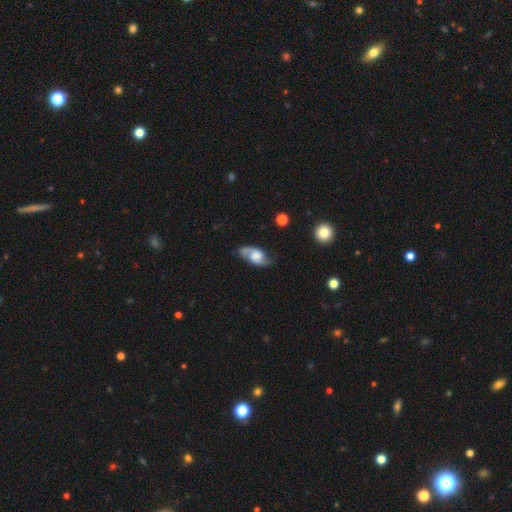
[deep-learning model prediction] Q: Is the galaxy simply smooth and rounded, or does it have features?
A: featured or disk — 71%.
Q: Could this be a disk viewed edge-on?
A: no — 94%.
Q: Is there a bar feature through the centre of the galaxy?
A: no — 56%.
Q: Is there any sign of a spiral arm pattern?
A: yes — 93%.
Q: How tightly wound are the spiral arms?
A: medium — 44%.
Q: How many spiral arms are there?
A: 2 — 88%.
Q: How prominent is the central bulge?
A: large — 33%.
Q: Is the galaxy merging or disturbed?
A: none — 70%.